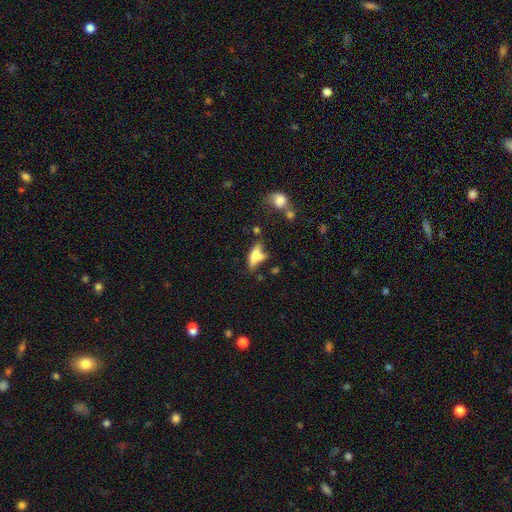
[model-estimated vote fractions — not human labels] smooth 53%, featured or disk 36%, star or artifact 11%. Down the decision tree: how rounded — in between (59%); merging — none (41%).